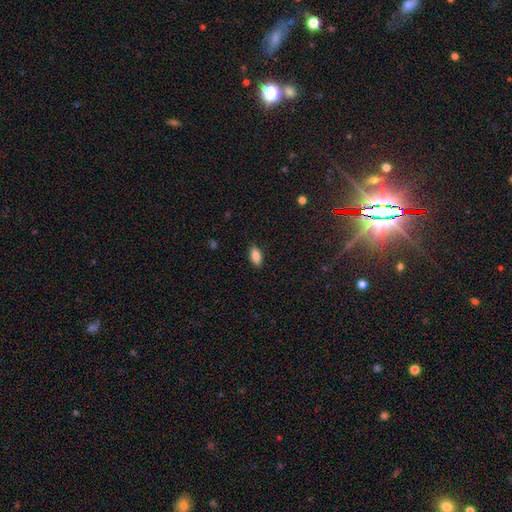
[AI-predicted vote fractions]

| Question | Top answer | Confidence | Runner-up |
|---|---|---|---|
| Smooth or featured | smooth | 86% | star or artifact (8%) |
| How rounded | in between | 90% | cigar-shaped (7%) |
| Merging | none | 87% | minor disturbance (10%) |